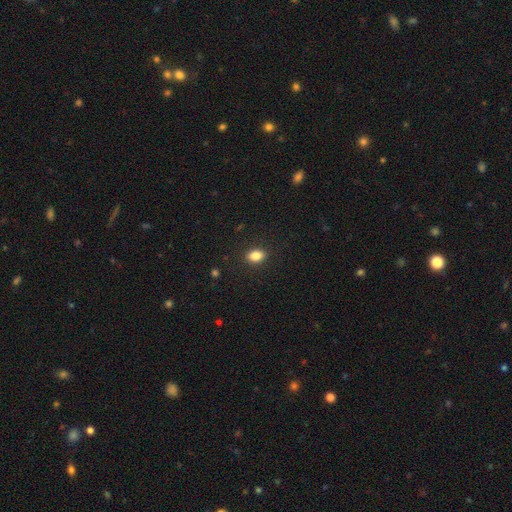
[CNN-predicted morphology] Smooth or featured?
  - smooth: 86% *
  - star or artifact: 9%
  - featured or disk: 5%
How rounded?
  - in between: 78% *
  - round: 20%
  - cigar-shaped: 2%
Merging?
  - none: 89% *
  - minor disturbance: 8%
  - major disturbance: 2%
  - merger: 1%